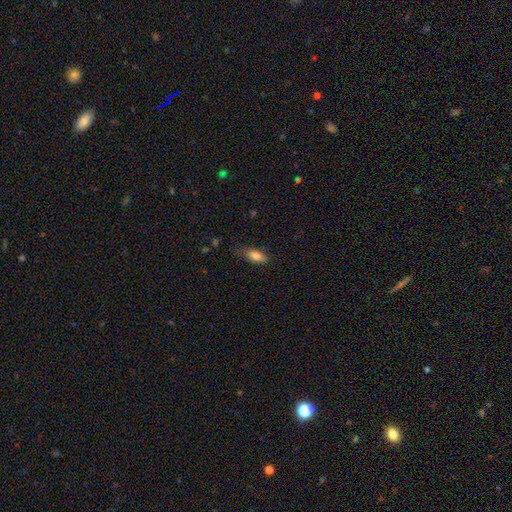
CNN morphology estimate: Overall: smooth (82%). How rounded: in between (78%). Merging: none (73%).